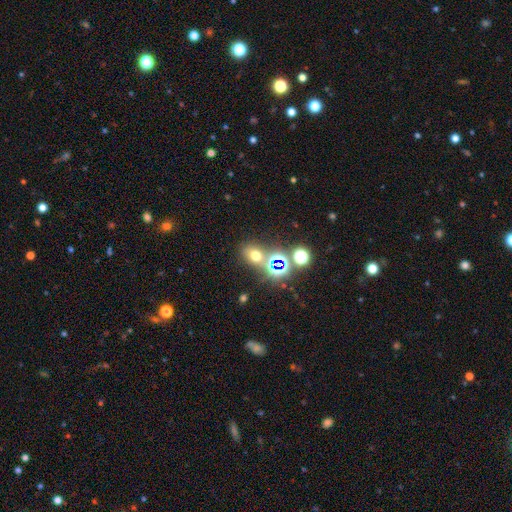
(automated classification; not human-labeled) Smooth or featured? Predicted: smooth (p=0.54). How rounded? Predicted: in between (p=0.50). Merging? Predicted: none (p=0.64).